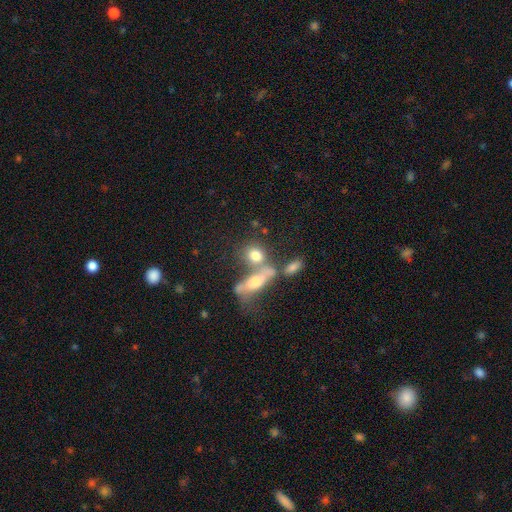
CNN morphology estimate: Smooth or featured: smooth — 67% (featured or disk — 22%)
How rounded: in between — 49% (round — 43%)
Merging: merger — 46% (none — 35%)